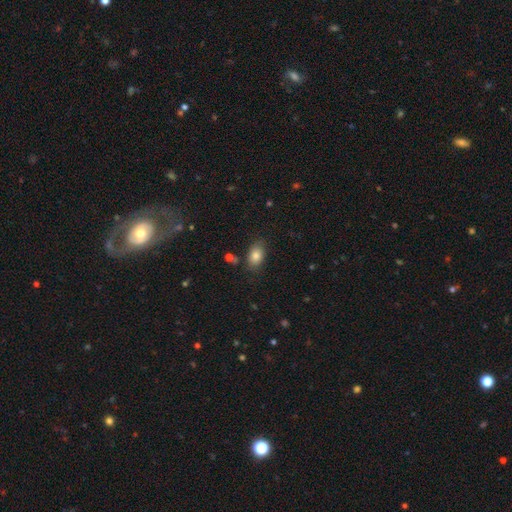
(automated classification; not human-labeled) The model was most divided on "merging": none: 79%, minor disturbance: 14%, major disturbance: 4%, merger: 3%. More confident: how rounded — in between (86%); smooth or featured — smooth (82%).